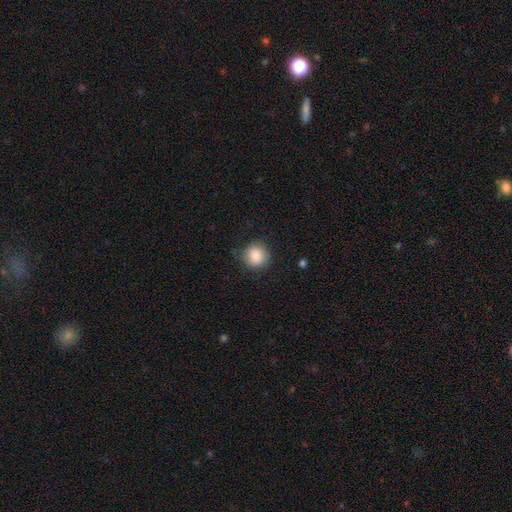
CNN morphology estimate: A smooth galaxy with no disk features (86%) that is round (88%).

Vote fractions:
- Smooth or featured? smooth: 86% / star or artifact: 8% / featured or disk: 6%
- How rounded? round: 88% / in between: 11% / cigar-shaped: 1%
- Merging? none: 80% / minor disturbance: 15% / major disturbance: 4% / merger: 1%